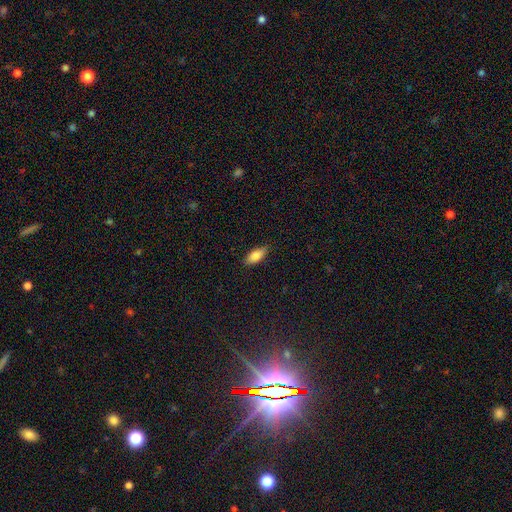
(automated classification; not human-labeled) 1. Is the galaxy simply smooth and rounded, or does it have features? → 81% smooth, 13% featured or disk, 7% star or artifact.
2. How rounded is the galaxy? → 81% in between, 17% cigar-shaped, 2% round.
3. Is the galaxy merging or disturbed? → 87% none, 11% minor disturbance, 2% major disturbance, 1% merger.